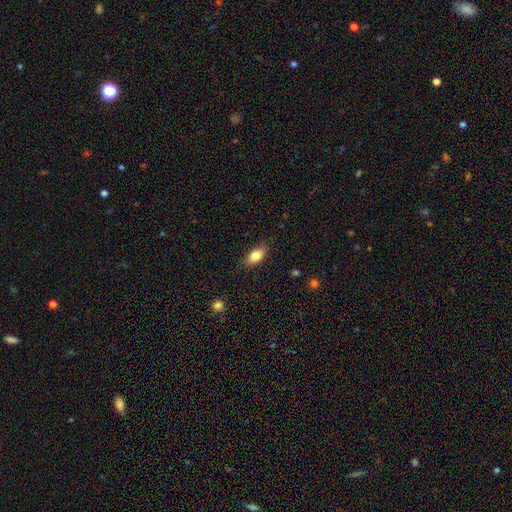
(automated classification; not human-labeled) Smooth or featured? smooth (80%)
How rounded? in between (84%)
Merging? none (81%)